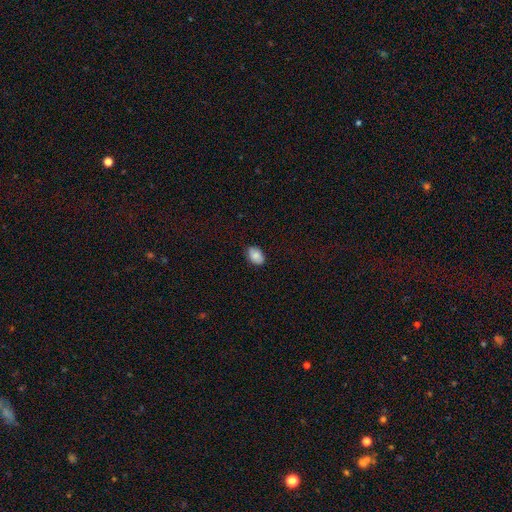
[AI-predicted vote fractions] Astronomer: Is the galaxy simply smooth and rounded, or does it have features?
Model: smooth — 82%.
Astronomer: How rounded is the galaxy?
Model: in between — 84%.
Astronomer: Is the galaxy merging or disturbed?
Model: none — 83%.